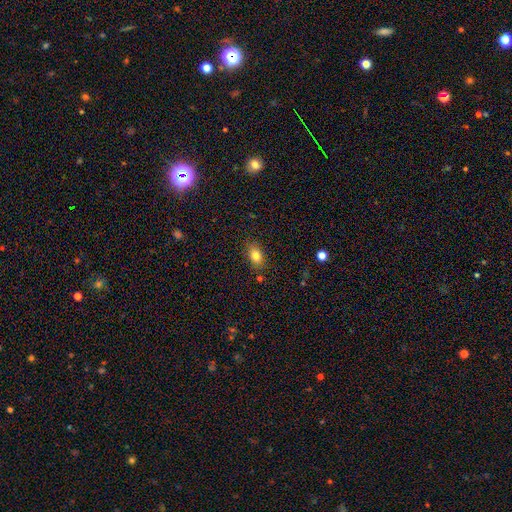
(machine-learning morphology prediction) The model was most divided on "how rounded": in between: 83%, round: 14%, cigar-shaped: 4%. More confident: merging — none (83%); smooth or featured — smooth (80%).